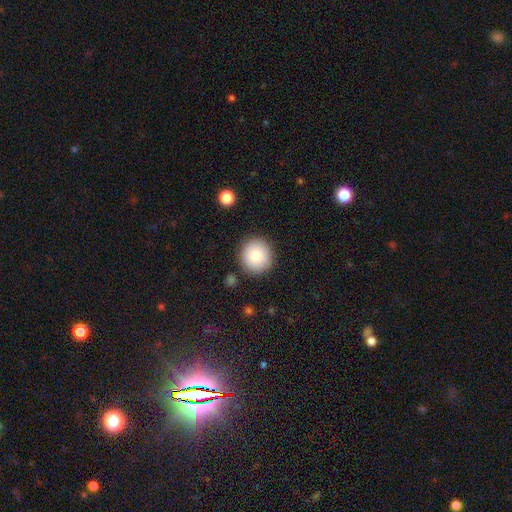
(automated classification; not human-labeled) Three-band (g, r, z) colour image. It shows a smooth galaxy with no disk features (80%) that is round (93%). Merging: none (88%).